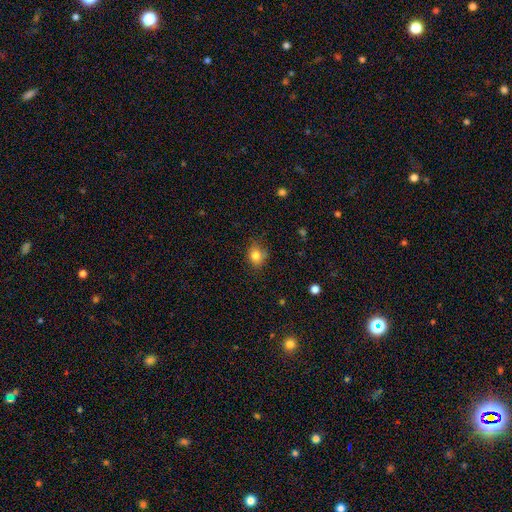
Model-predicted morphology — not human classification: Smooth or featured?
  - smooth: 82% *
  - star or artifact: 11%
  - featured or disk: 7%
How rounded?
  - round: 61% *
  - in between: 38%
  - cigar-shaped: 1%
Merging?
  - none: 70% *
  - minor disturbance: 23%
  - major disturbance: 5%
  - merger: 2%